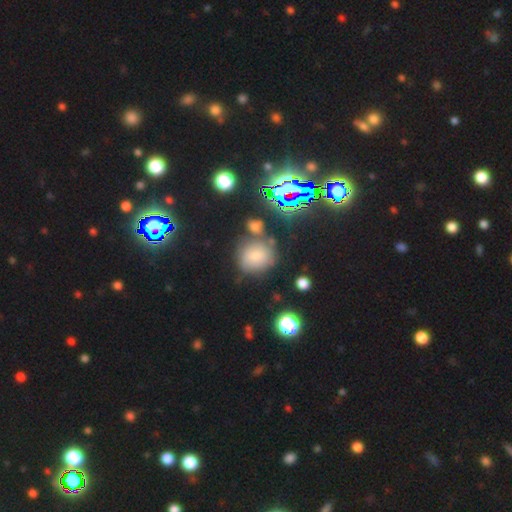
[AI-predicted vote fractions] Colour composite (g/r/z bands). It shows a smooth galaxy with no disk features (62%) that is round (80%). Merging: none (62%).